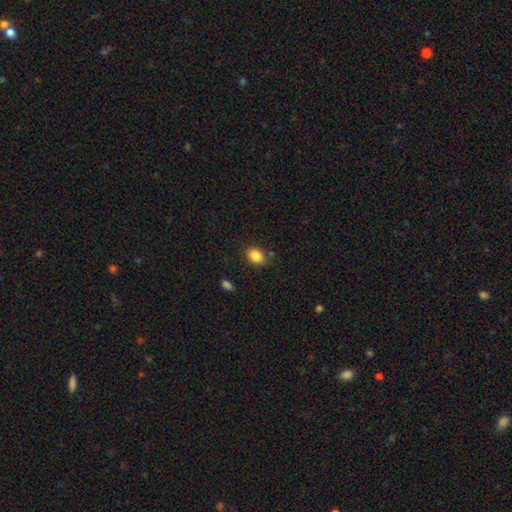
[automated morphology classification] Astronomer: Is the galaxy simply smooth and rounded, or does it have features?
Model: smooth — 86%.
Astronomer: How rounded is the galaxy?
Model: in between — 60% (runner-up: round, 39%).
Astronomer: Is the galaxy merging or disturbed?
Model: none — 81%.